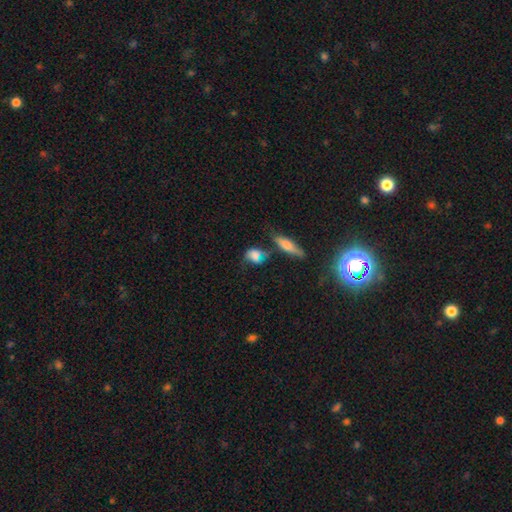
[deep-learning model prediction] Q: Smooth or featured?
A: smooth (72%); runner-up: featured or disk (16%)
Q: How rounded?
A: in between (64%); runner-up: round (29%)
Q: Merging?
A: none (43%); runner-up: minor disturbance (25%)